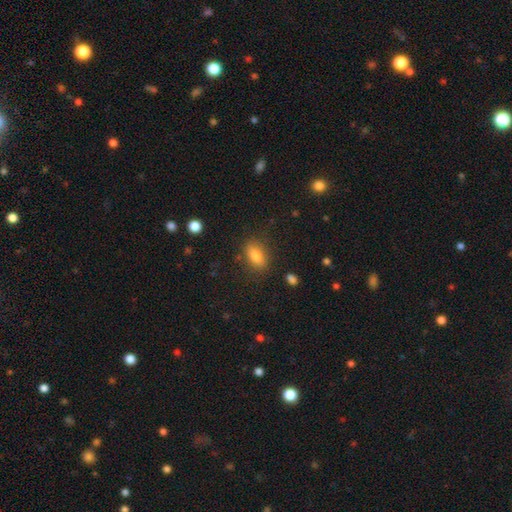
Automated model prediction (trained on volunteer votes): A smooth galaxy with no disk features (82%) that is in between round and cigar-shaped (84%).

Vote fractions:
- Smooth or featured? smooth: 82% / star or artifact: 10% / featured or disk: 8%
- How rounded? in between: 84% / round: 10% / cigar-shaped: 7%
- Merging? none: 83% / minor disturbance: 12% / major disturbance: 4% / merger: 2%